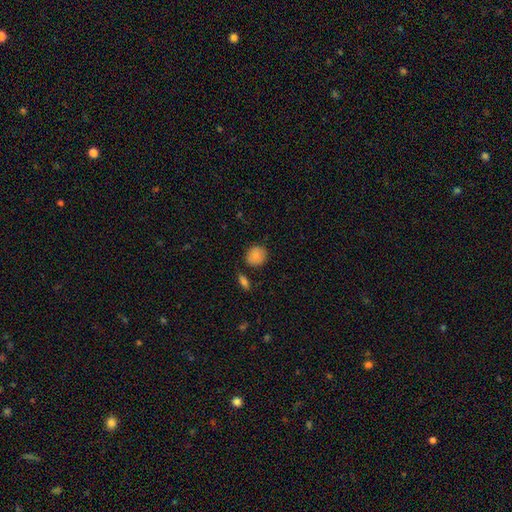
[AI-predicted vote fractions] A smooth galaxy with no disk features (82%) that is round (79%). Merging: none (76%).